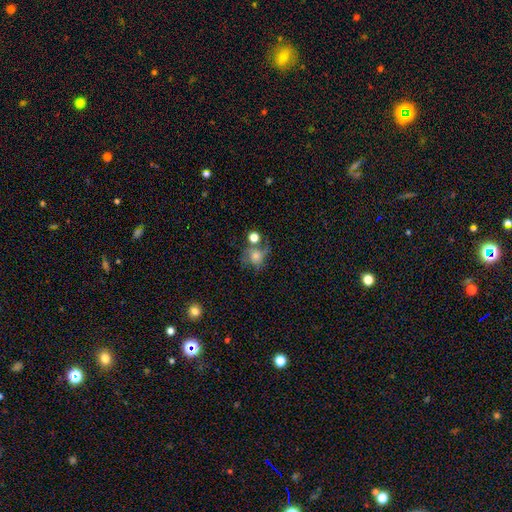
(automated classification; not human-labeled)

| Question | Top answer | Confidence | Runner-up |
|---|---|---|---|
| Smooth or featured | smooth | 51% | featured or disk (34%) |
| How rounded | round | 71% | in between (28%) |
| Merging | none | 46% | minor disturbance (20%) |